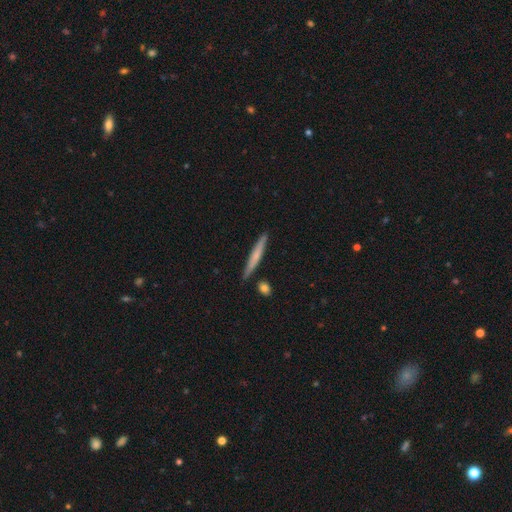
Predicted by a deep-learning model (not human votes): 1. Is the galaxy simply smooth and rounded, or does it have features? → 55% smooth, 39% featured or disk, 6% star or artifact.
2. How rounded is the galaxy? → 95% cigar-shaped, 3% in between, 2% round.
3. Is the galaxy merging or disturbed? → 85% none, 9% minor disturbance, 4% merger, 2% major disturbance.